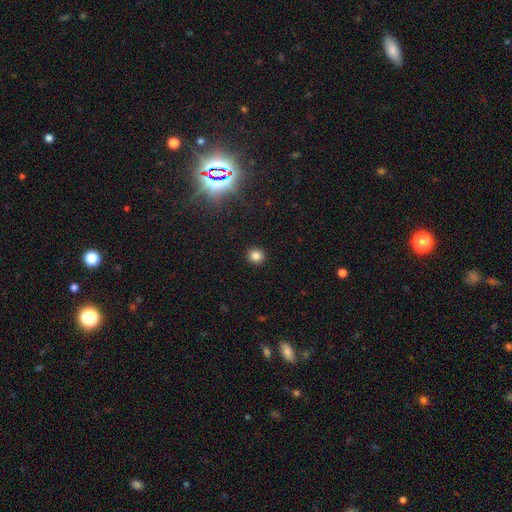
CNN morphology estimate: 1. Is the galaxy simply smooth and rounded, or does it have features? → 82% smooth, 14% star or artifact, 4% featured or disk.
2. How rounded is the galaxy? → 90% round, 9% in between, 1% cigar-shaped.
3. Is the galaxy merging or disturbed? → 92% none, 5% minor disturbance, 2% major disturbance, 1% merger.